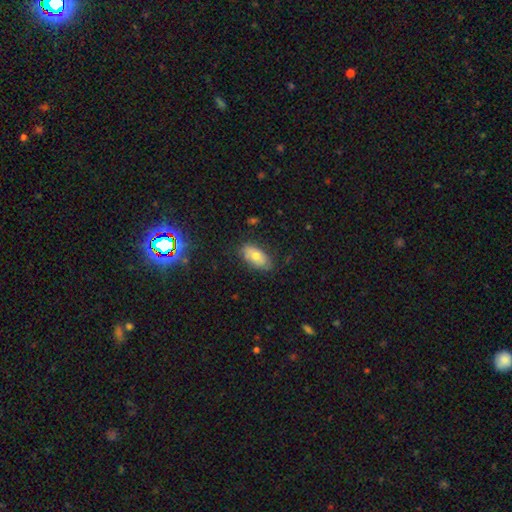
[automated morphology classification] type=smooth (66%); roundness=in between (91%); merging=none (79%).